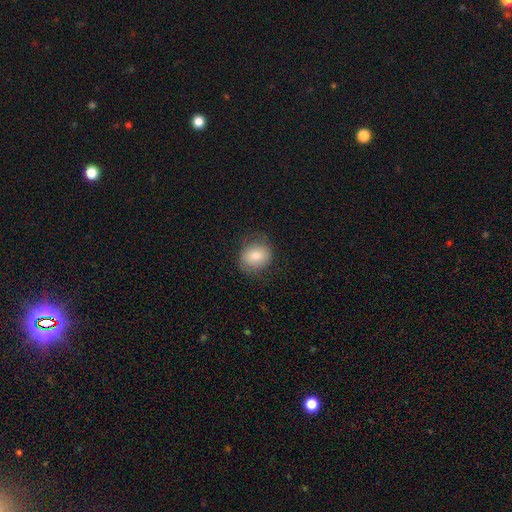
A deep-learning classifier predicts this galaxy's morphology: This is likely a smooth galaxy (78%). How rounded: likely round (62%). Merging: likely none (78%).